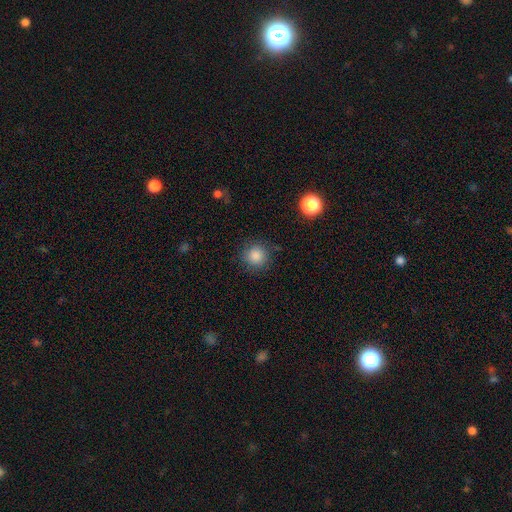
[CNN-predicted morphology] type=smooth (85%); roundness=round (93%); merging=none (86%).